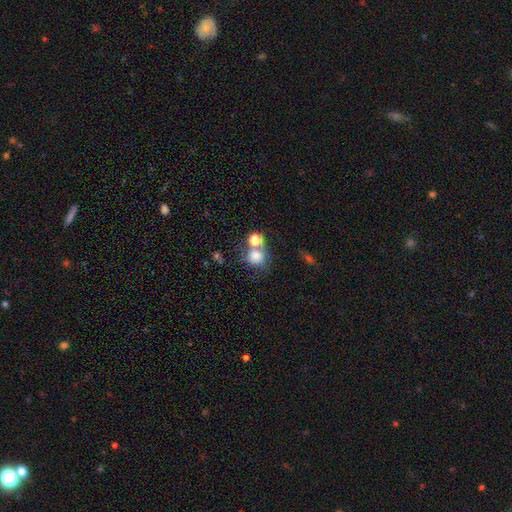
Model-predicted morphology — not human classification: Smooth or featured? Predicted: smooth (p=0.75). How rounded? Predicted: round (p=0.78). Merging? Predicted: none (p=0.43).